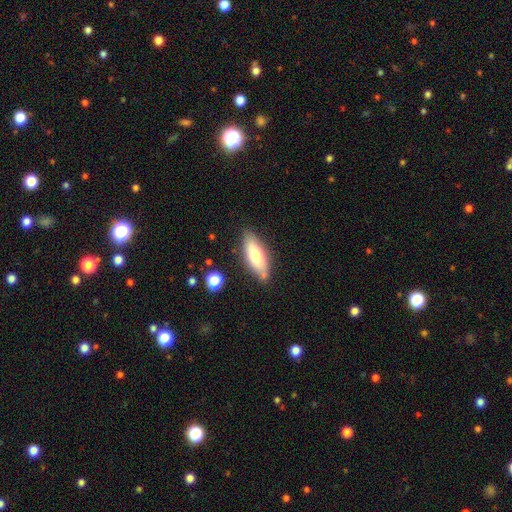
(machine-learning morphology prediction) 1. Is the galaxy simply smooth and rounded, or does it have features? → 71% smooth, 23% featured or disk, 6% star or artifact.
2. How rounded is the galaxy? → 64% in between, 34% cigar-shaped, 2% round.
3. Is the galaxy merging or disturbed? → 76% none, 16% minor disturbance, 5% merger, 3% major disturbance.